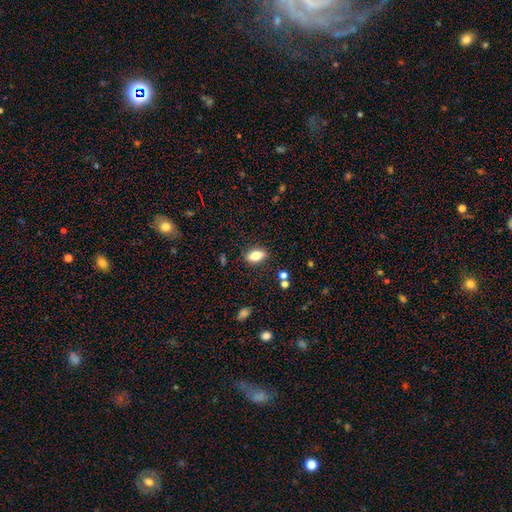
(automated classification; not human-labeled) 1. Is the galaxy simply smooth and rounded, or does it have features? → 74% smooth, 17% featured or disk, 9% star or artifact.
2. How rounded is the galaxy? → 84% in between, 8% cigar-shaped, 8% round.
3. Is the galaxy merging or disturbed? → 84% none, 11% minor disturbance, 3% major disturbance, 2% merger.